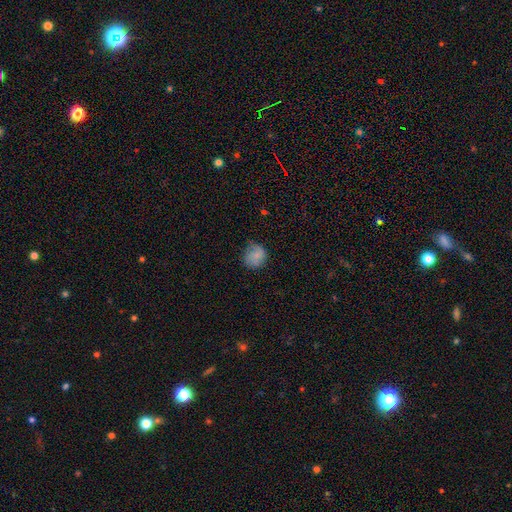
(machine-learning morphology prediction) Smooth or featured?
  - smooth: 78% *
  - featured or disk: 13%
  - star or artifact: 9%
How rounded?
  - round: 79% *
  - in between: 20%
  - cigar-shaped: 1%
Merging?
  - none: 59% *
  - minor disturbance: 31%
  - major disturbance: 8%
  - merger: 2%